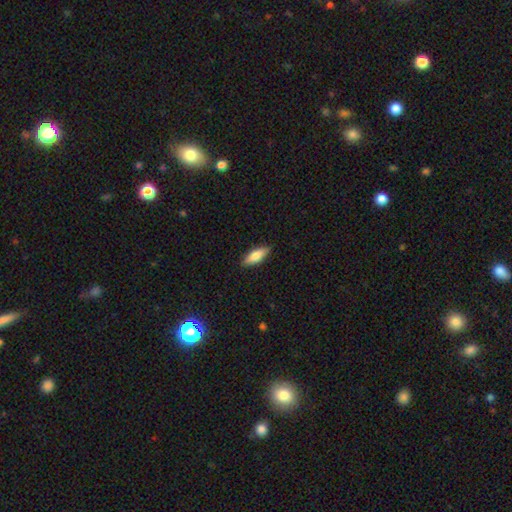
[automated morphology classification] type=smooth (72%); roundness=in between (61%); merging=none (88%).